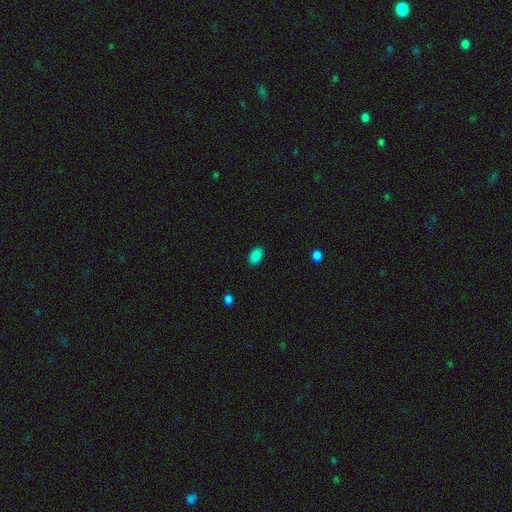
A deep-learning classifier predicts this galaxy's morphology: Smooth or featured? Predicted: smooth (p=0.87). How rounded? Predicted: in between (p=0.91). Merging? Predicted: none (p=0.87).